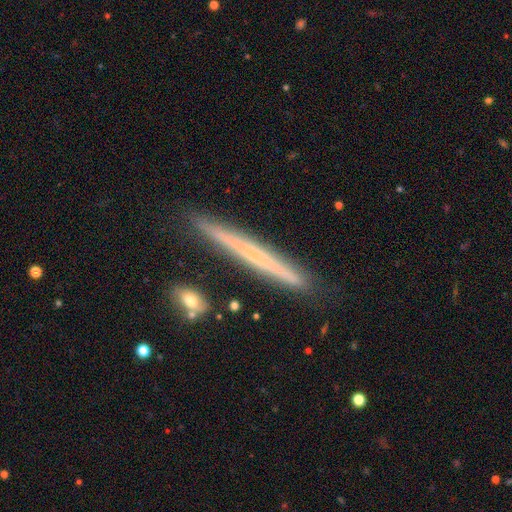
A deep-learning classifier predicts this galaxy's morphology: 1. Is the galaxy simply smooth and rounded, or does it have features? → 49% featured or disk, 44% smooth, 7% star or artifact.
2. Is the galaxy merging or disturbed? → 86% none, 10% minor disturbance, 2% merger, 2% major disturbance.